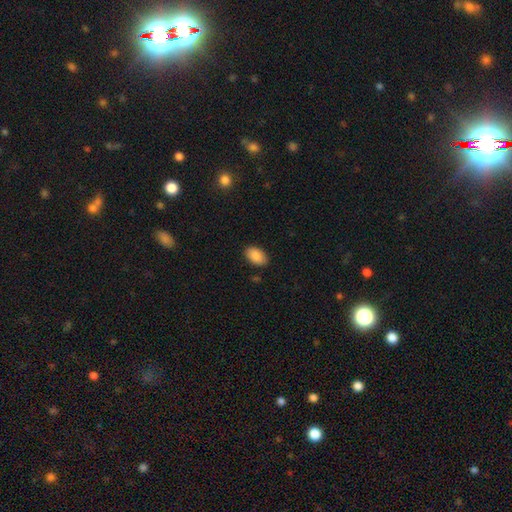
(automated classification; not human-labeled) Smooth or featured: smooth — 89% (star or artifact — 7%)
How rounded: in between — 92% (round — 7%)
Merging: none — 87% (minor disturbance — 10%)